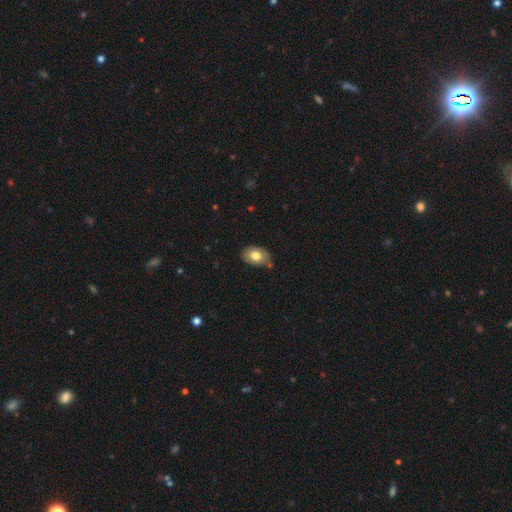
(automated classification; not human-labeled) A smooth galaxy with no disk features (75%) that is in between round and cigar-shaped (82%).

Vote fractions:
- Smooth or featured? smooth: 75% / featured or disk: 17% / star or artifact: 8%
- How rounded? in between: 82% / round: 17% / cigar-shaped: 1%
- Merging? none: 69% / minor disturbance: 23% / major disturbance: 4% / merger: 4%